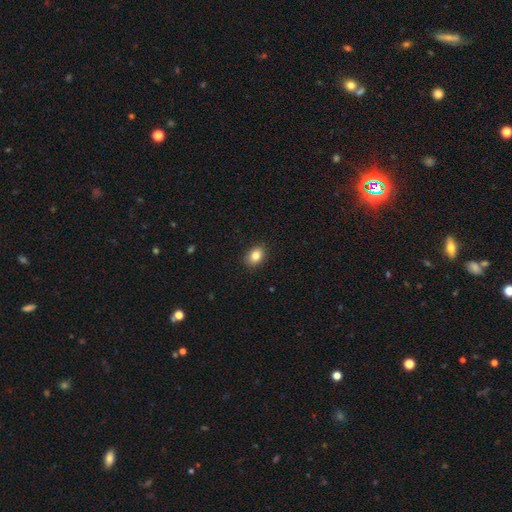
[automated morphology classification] The model was most divided on "how rounded": in between: 69%, round: 29%, cigar-shaped: 1%. More confident: merging — none (89%); smooth or featured — smooth (84%).